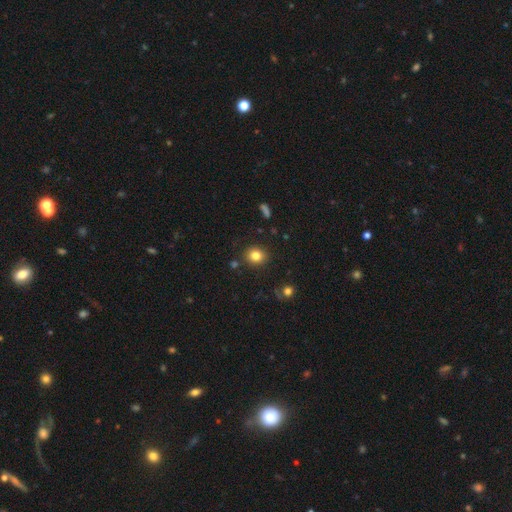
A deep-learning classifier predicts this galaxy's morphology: smooth_or_featured: smooth (p=0.82) [alt: star or artifact p=0.11]
how_rounded: round (p=0.76) [alt: in between p=0.23]
merging: none (p=0.87) [alt: minor disturbance p=0.08]